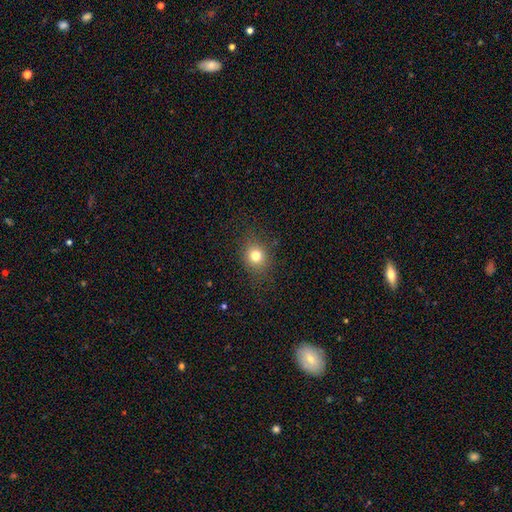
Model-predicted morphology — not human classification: A smooth galaxy with no disk features (76%) that is round (71%).

Vote fractions:
- Smooth or featured? smooth: 76% / star or artifact: 15% / featured or disk: 10%
- How rounded? round: 71% / in between: 27% / cigar-shaped: 1%
- Merging? none: 84% / minor disturbance: 11% / major disturbance: 4% / merger: 1%